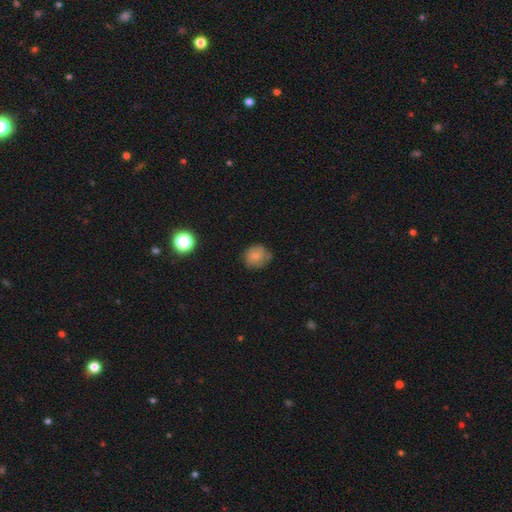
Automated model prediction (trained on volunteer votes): smooth 78%, featured or disk 12%, star or artifact 10%. Down the decision tree: how rounded — round (73%); merging — none (64%).